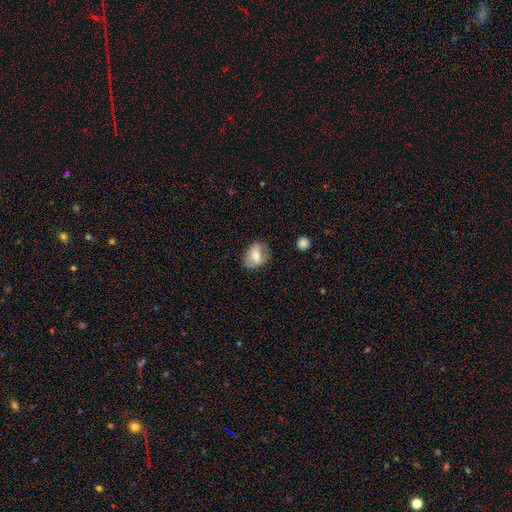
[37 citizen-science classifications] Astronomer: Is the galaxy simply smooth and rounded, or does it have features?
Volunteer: smooth — 62% (runner-up: featured or disk, 38%).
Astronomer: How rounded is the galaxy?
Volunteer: in between — 65%.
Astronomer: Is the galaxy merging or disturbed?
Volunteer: none — 57% (runner-up: minor disturbance, 32%).